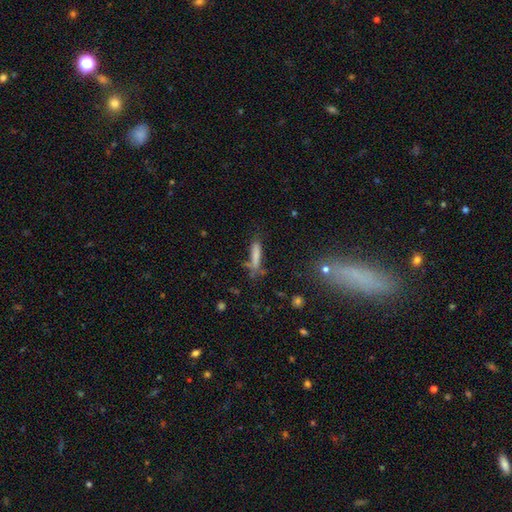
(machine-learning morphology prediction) Q: Smooth or featured?
A: smooth (72%); runner-up: featured or disk (16%)
Q: How rounded?
A: cigar-shaped (80%); runner-up: in between (18%)
Q: Merging?
A: none (56%); runner-up: minor disturbance (23%)